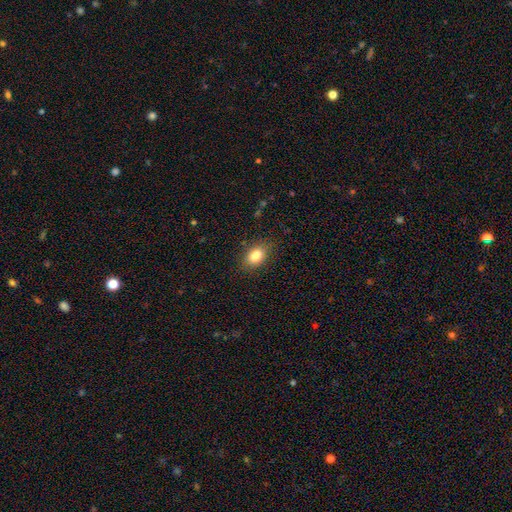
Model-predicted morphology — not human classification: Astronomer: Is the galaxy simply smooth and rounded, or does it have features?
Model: smooth — 84%.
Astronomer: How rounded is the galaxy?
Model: in between — 82%.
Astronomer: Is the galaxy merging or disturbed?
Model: none — 84%.